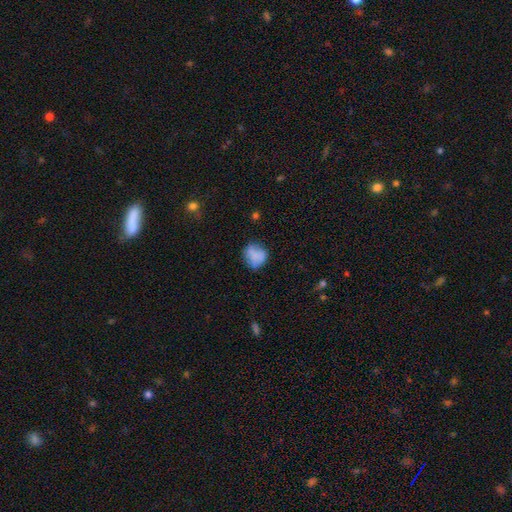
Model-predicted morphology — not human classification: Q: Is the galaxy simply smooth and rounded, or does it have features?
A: smooth — 74%.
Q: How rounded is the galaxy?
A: round — 65%.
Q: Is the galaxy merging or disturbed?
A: none — 59%.